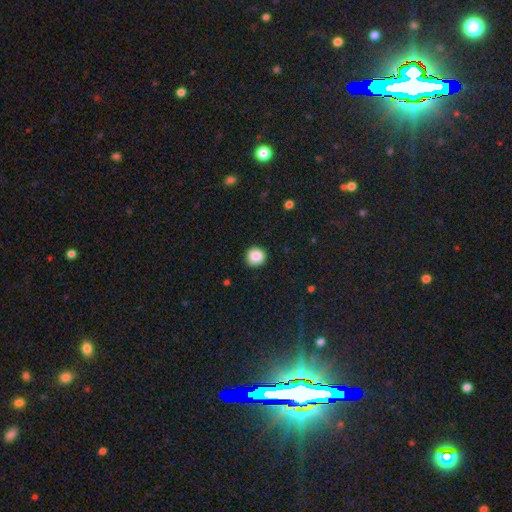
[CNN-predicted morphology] smooth-or-featured: smooth: 87% | star or artifact: 9% | featured or disk: 4%
  how-rounded: round: 94% | in between: 5% | cigar-shaped: 1%
  merging: none: 90% | minor disturbance: 7% | major disturbance: 2% | merger: 1%